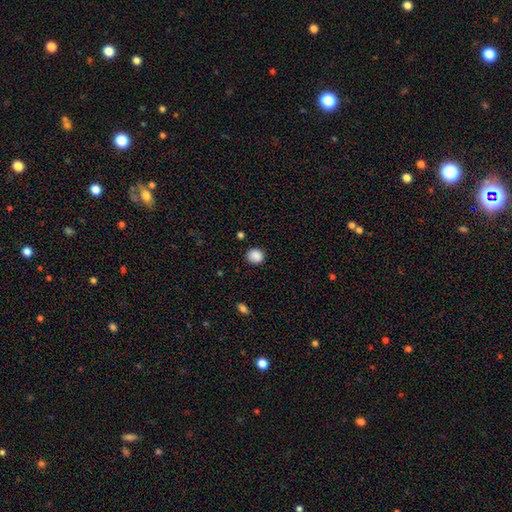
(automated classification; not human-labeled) smooth-or-featured: smooth: 88% | star or artifact: 9% | featured or disk: 3%
  how-rounded: round: 83% | in between: 17% | cigar-shaped: 1%
  merging: none: 87% | minor disturbance: 9% | major disturbance: 3% | merger: 2%